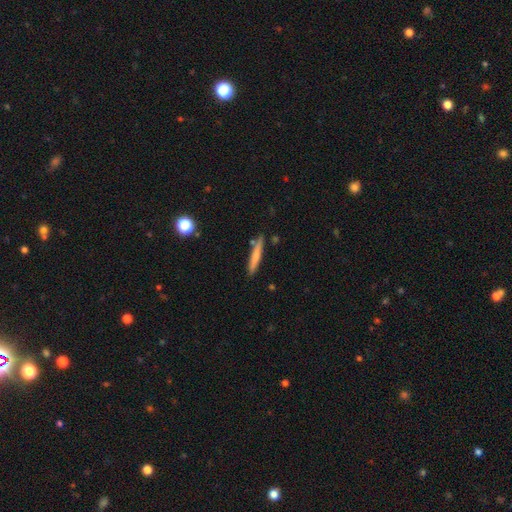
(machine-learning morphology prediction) Overall: smooth (67%; featured or disk 27%). How rounded: cigar-shaped (94%). Merging: none (83%).